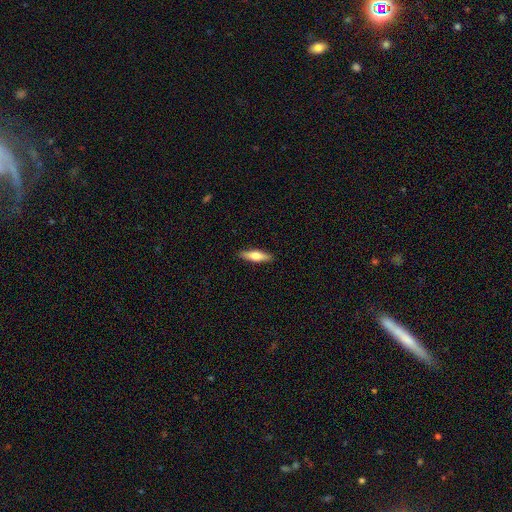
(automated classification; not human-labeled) smooth-or-featured: smooth: 65% | featured or disk: 29% | star or artifact: 6%
  how-rounded: cigar-shaped: 60% | in between: 38% | round: 2%
  merging: none: 90% | minor disturbance: 8% | major disturbance: 2% | merger: 1%